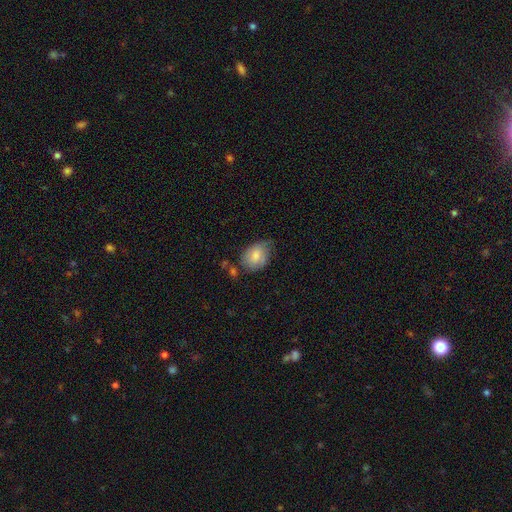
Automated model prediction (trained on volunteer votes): A smooth galaxy with no disk features (74%) that is in between round and cigar-shaped (69%). Merging: none (52%).